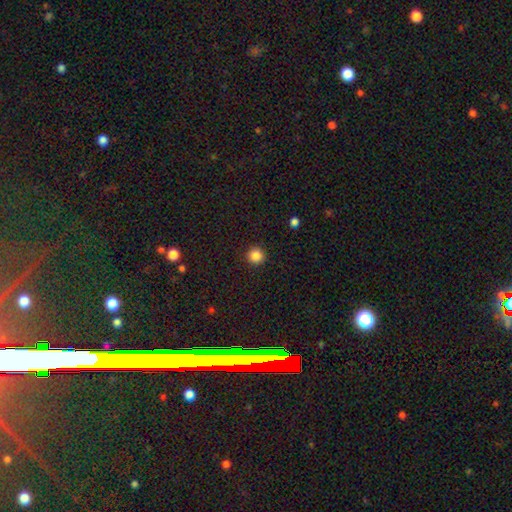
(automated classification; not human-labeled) Smooth or featured?
  - smooth: 86% *
  - star or artifact: 11%
  - featured or disk: 3%
How rounded?
  - round: 94% *
  - in between: 5%
  - cigar-shaped: 1%
Merging?
  - none: 92% *
  - minor disturbance: 5%
  - major disturbance: 2%
  - merger: 1%